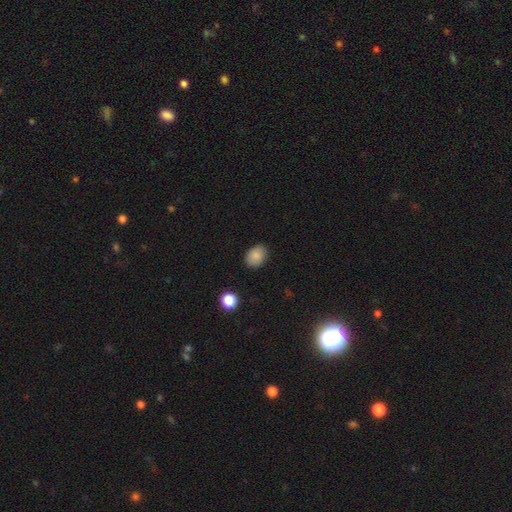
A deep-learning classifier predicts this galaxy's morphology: type=smooth (86%); roundness=in between (66%); merging=none (86%).